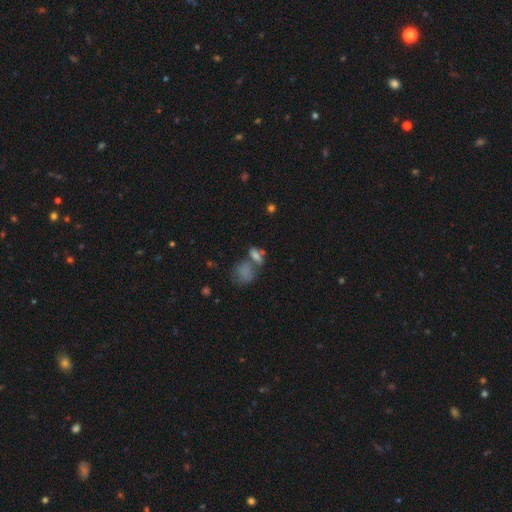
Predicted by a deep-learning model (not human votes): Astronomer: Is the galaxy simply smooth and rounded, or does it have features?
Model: smooth — 70%.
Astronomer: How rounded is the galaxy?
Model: in between — 75%.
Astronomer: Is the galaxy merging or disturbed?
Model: merger — 40% (runner-up: none, 38%).